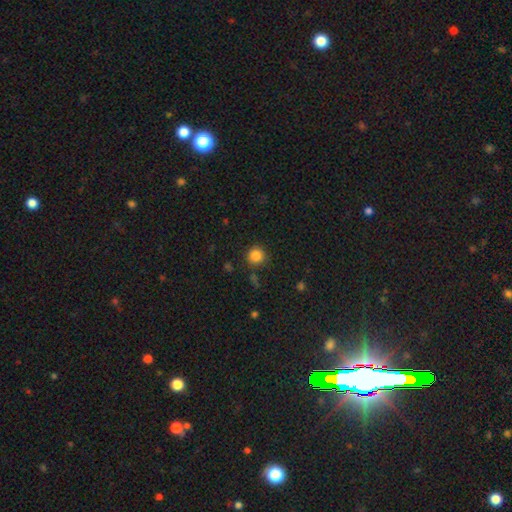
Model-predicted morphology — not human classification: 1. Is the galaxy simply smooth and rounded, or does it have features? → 84% smooth, 12% star or artifact, 4% featured or disk.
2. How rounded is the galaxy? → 93% round, 6% in between, 1% cigar-shaped.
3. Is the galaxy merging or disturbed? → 85% none, 9% minor disturbance, 3% merger, 3% major disturbance.